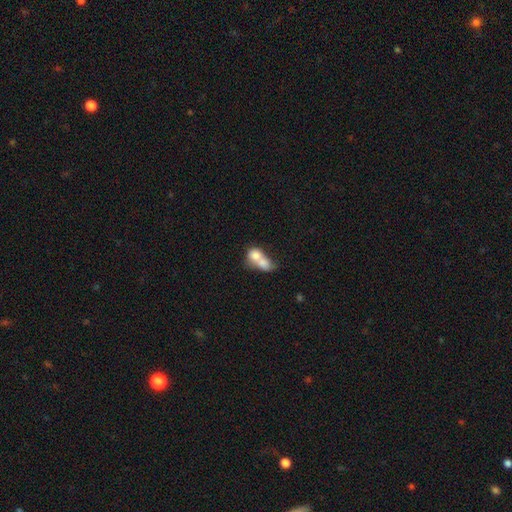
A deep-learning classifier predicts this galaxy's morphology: smooth-or-featured: smooth: 71% | featured or disk: 21% | star or artifact: 8%
  how-rounded: in between: 54% | round: 44% | cigar-shaped: 3%
  merging: merger: 78% | none: 12% | minor disturbance: 5% | major disturbance: 5%